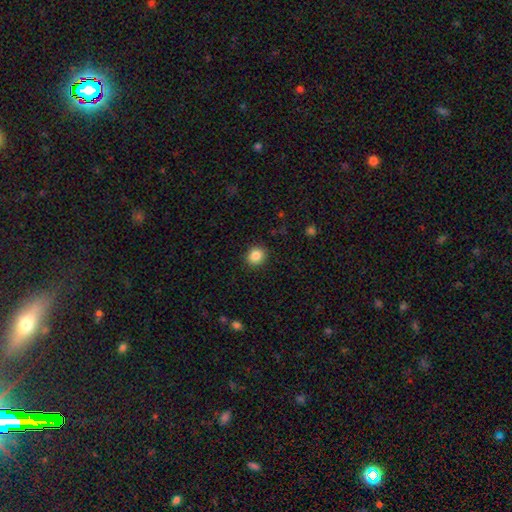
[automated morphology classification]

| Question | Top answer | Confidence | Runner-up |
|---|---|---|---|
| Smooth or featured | smooth | 86% | star or artifact (10%) |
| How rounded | round | 78% | in between (21%) |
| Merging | none | 90% | minor disturbance (6%) |